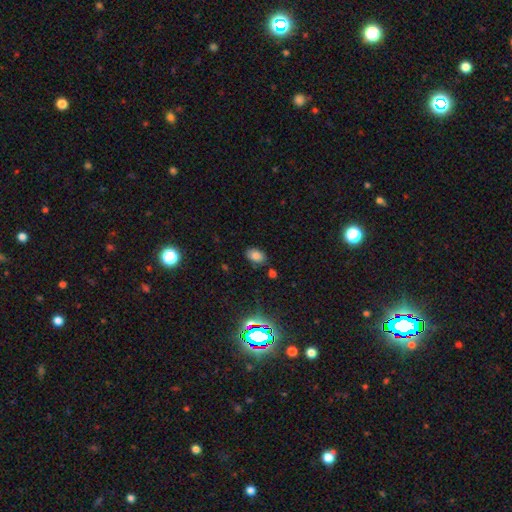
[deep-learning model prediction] smooth-or-featured: smooth: 76% | star or artifact: 16% | featured or disk: 8%
  how-rounded: in between: 87% | round: 12% | cigar-shaped: 1%
  merging: none: 80% | minor disturbance: 13% | merger: 4% | major disturbance: 3%